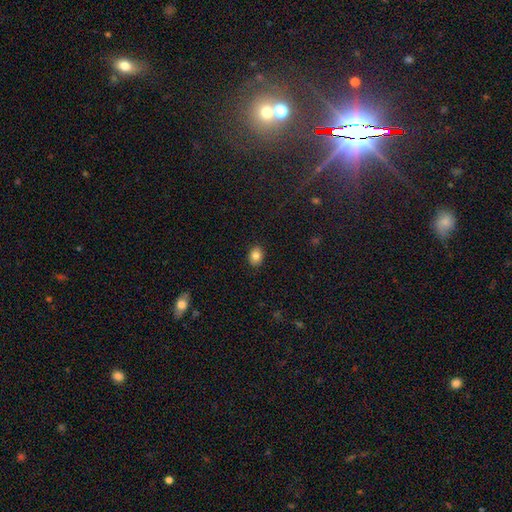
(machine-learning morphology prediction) This is clearly a smooth galaxy (83%). How rounded: likely in between (61%). Merging: clearly none (89%).